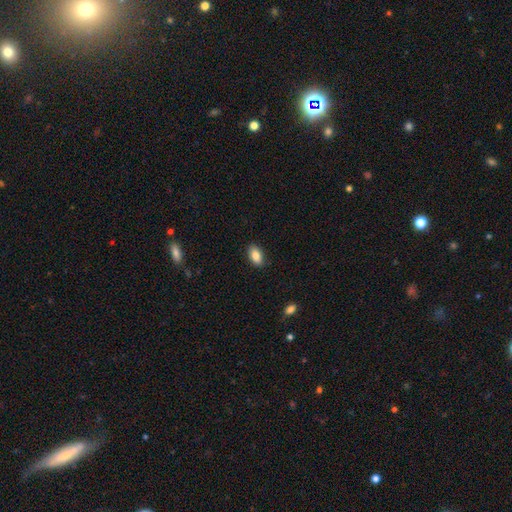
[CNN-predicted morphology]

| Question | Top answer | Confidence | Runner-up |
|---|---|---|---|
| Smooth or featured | smooth | 85% | featured or disk (8%) |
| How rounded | in between | 91% | round (5%) |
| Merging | none | 88% | minor disturbance (9%) |